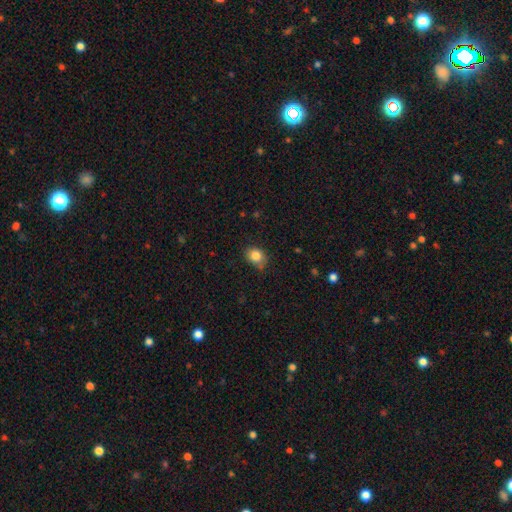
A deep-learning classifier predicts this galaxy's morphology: This appears to be a smooth galaxy with no disk features (83%) that is round (56%). Merging: none (66%).